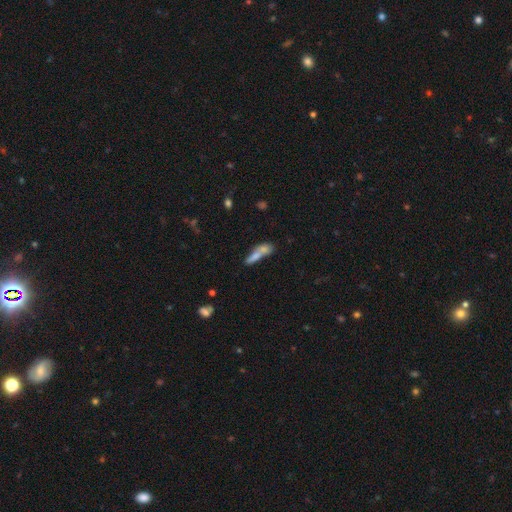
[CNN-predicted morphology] The model was most divided on "how rounded": cigar-shaped: 52%, in between: 42%, round: 6%. More confident: smooth or featured — smooth (68%); merging — merger (57%).